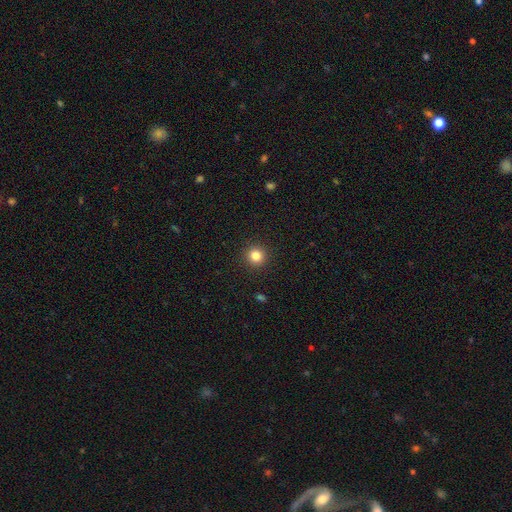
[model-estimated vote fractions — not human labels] smooth 83%, star or artifact 12%, featured or disk 5%. Down the decision tree: how rounded — round (94%); merging — none (93%).